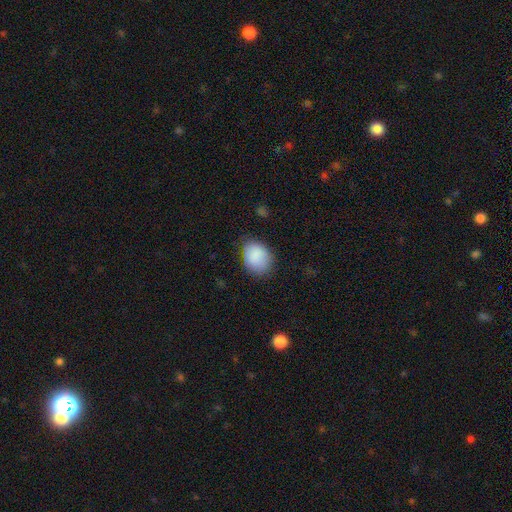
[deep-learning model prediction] A smooth galaxy with no disk features (88%) that is in between round and cigar-shaped (55%). Merging: none (70%).